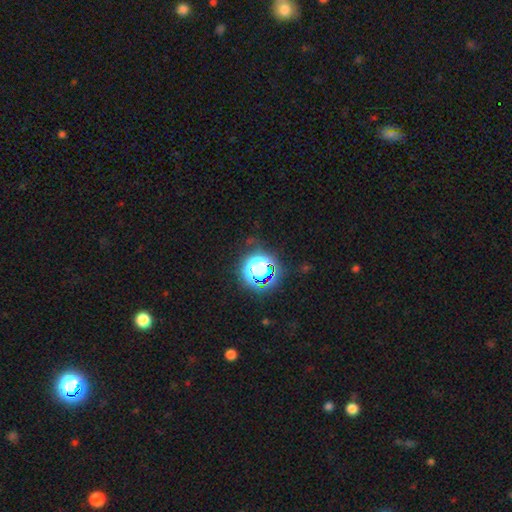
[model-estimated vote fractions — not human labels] This is likely a star or artifact rather than a galaxy (71%).